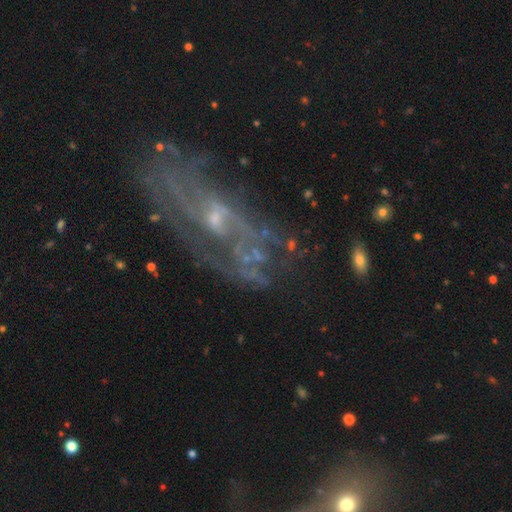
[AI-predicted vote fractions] smooth_or_featured: featured or disk (p=0.78) [alt: smooth p=0.11]
disk_edge_on: no (p=0.89) [alt: yes p=0.11]
bar: no (p=0.58) [alt: weak p=0.33]
has_spiral_arms: yes (p=0.71) [alt: no p=0.29]
bulge_size: small (p=0.68) [alt: moderate p=0.21]
merging: none (p=0.58) [alt: minor disturbance p=0.20]